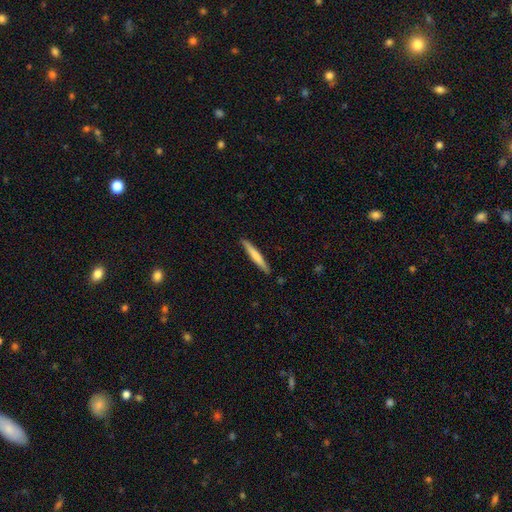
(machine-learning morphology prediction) Overall: smooth (66%; featured or disk 29%). How rounded: cigar-shaped (96%). Merging: none (90%).